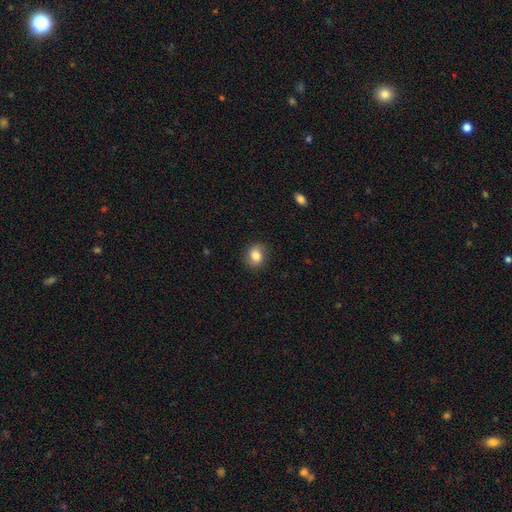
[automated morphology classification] The model was most divided on "how rounded": round: 64%, in between: 35%, cigar-shaped: 1%. More confident: merging — none (82%); smooth or featured — smooth (77%).